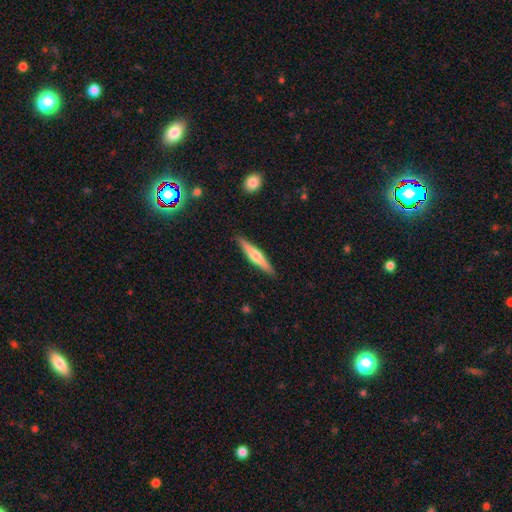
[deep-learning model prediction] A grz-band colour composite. It shows a featured or disk galaxy (56%) viewed edge-on (97%) with a rounded central bulge (85%). Merging: none (91%).